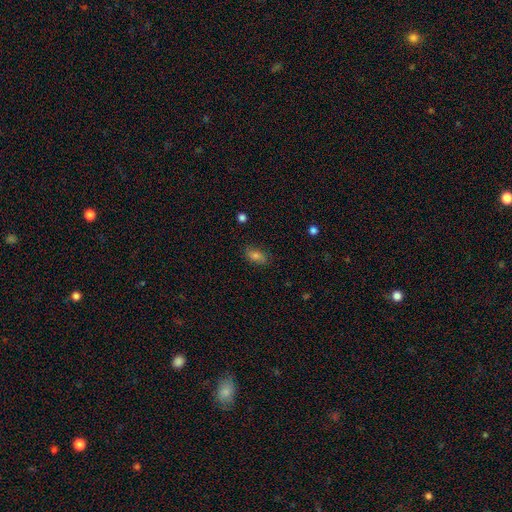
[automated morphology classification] A smooth galaxy with no disk features (74%) that is in between round and cigar-shaped (86%).

Vote fractions:
- Smooth or featured? smooth: 74% / featured or disk: 14% / star or artifact: 12%
- How rounded? in between: 86% / round: 7% / cigar-shaped: 6%
- Merging? none: 81% / minor disturbance: 14% / major disturbance: 3% / merger: 1%